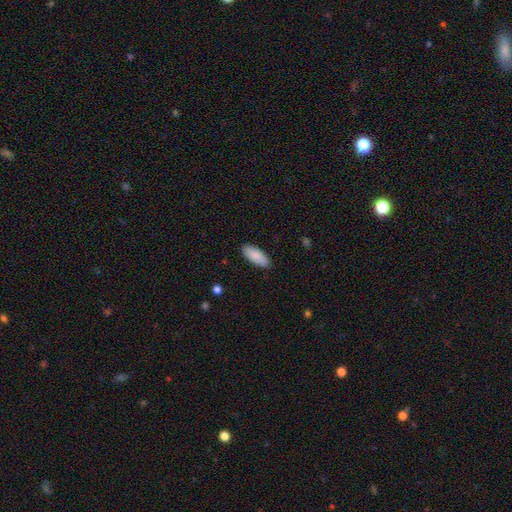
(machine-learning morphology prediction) Smooth or featured? Predicted: smooth (p=0.88). How rounded? Predicted: in between (p=0.81). Merging? Predicted: none (p=0.88).